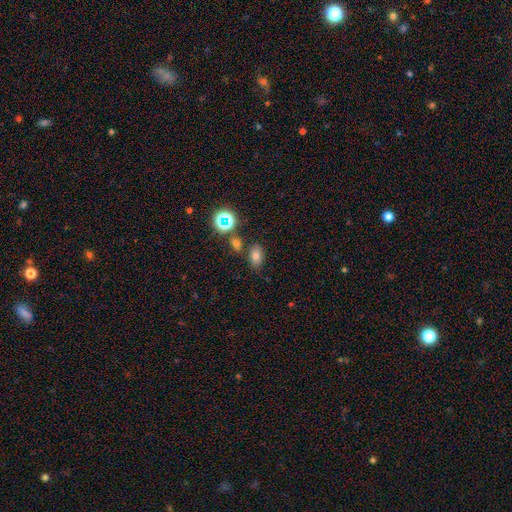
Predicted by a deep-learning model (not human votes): Smooth or featured: smooth — 72% (star or artifact — 19%)
How rounded: in between — 81% (round — 17%)
Merging: none — 74% (minor disturbance — 12%)